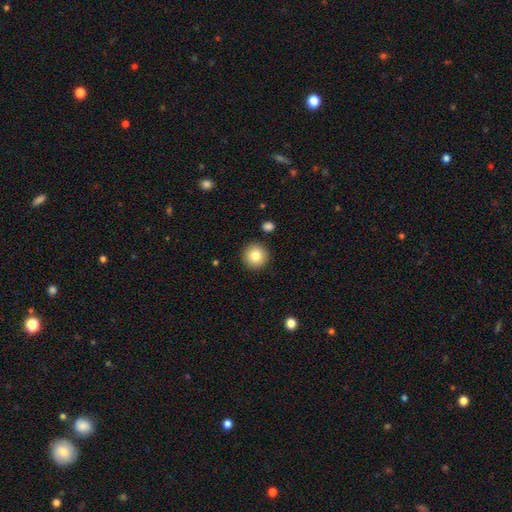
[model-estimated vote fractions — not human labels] smooth 82%, star or artifact 9%, featured or disk 8%. Down the decision tree: how rounded — round (95%); merging — none (91%).